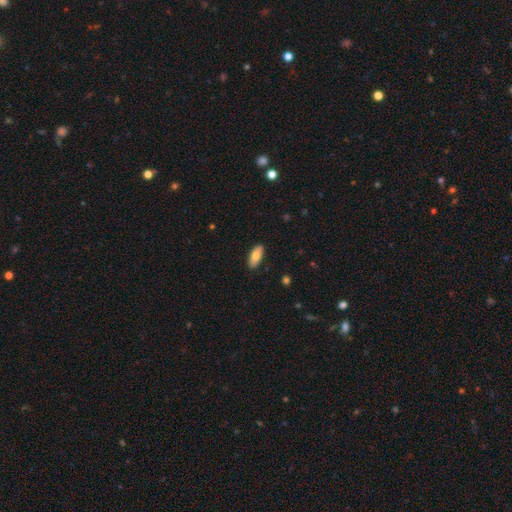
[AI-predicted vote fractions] Smooth or featured? smooth (78%)
How rounded? in between (82%)
Merging? none (88%)